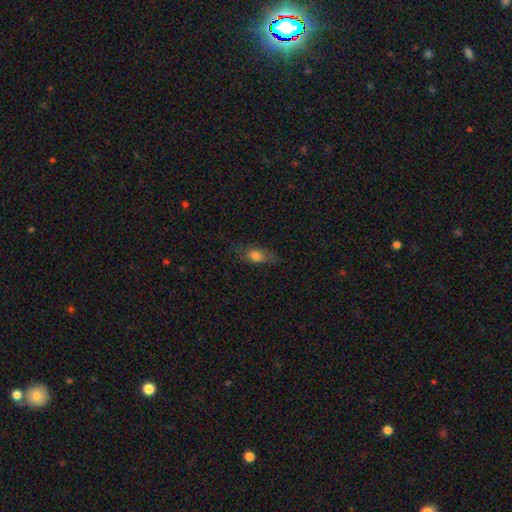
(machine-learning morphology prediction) type=smooth (71%); roundness=in between (76%); merging=none (68%).